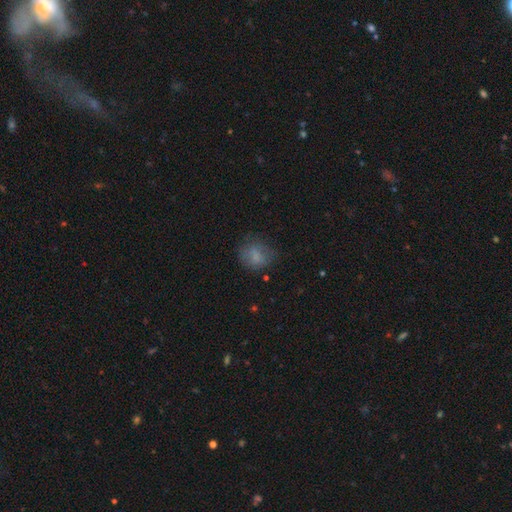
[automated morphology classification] A smooth galaxy with no disk features (72%) that is round (64%). Merging: none (61%).